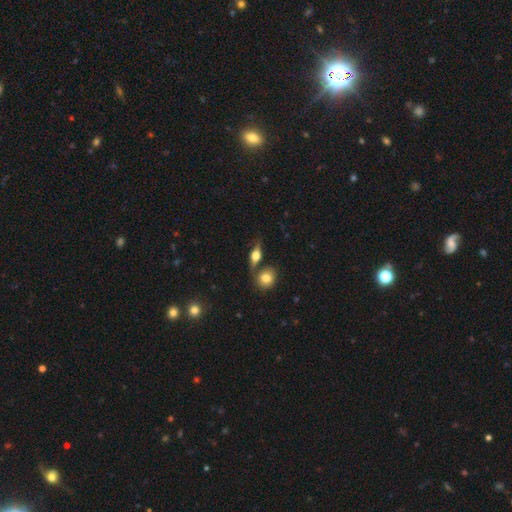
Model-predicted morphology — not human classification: Smooth or featured: featured or disk — 51% (smooth — 40%)
Edge-on disk: yes — 84% (no — 16%)
Merging: none — 63% (merger — 18%)